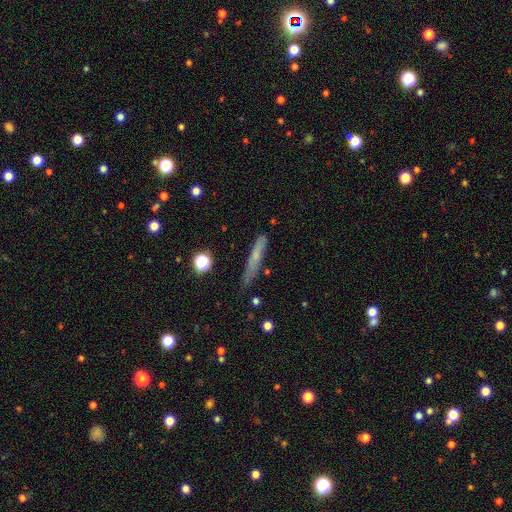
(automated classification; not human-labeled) smooth 60%, featured or disk 30%, star or artifact 9%. Down the decision tree: how rounded — cigar-shaped (92%); merging — none (73%).